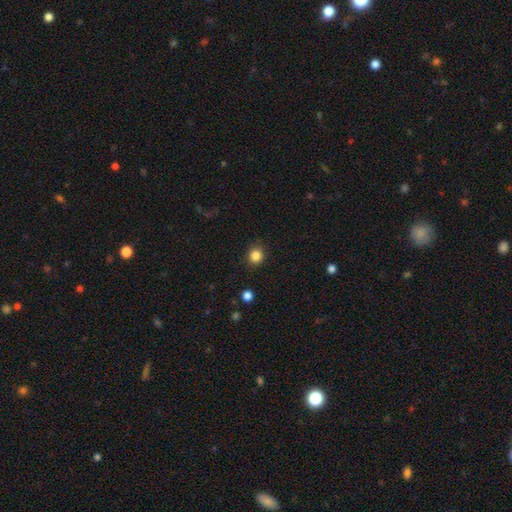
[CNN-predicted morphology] Smooth or featured?
  - smooth: 85% *
  - star or artifact: 11%
  - featured or disk: 4%
How rounded?
  - round: 85% *
  - in between: 14%
  - cigar-shaped: 1%
Merging?
  - none: 89% *
  - minor disturbance: 7%
  - major disturbance: 2%
  - merger: 1%